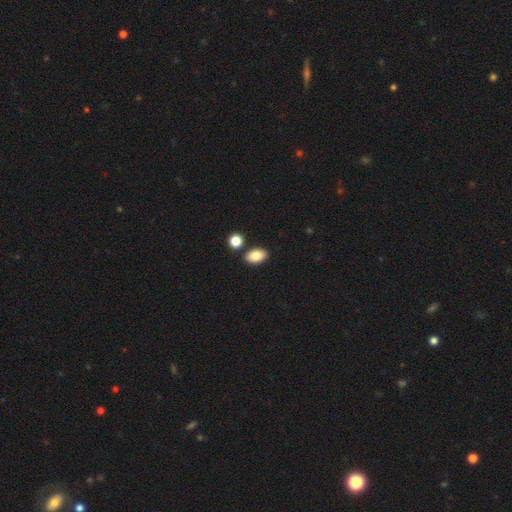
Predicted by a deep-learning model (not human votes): Q: Smooth or featured?
A: smooth (84%); runner-up: featured or disk (8%)
Q: How rounded?
A: in between (90%); runner-up: round (8%)
Q: Merging?
A: none (82%); runner-up: minor disturbance (9%)